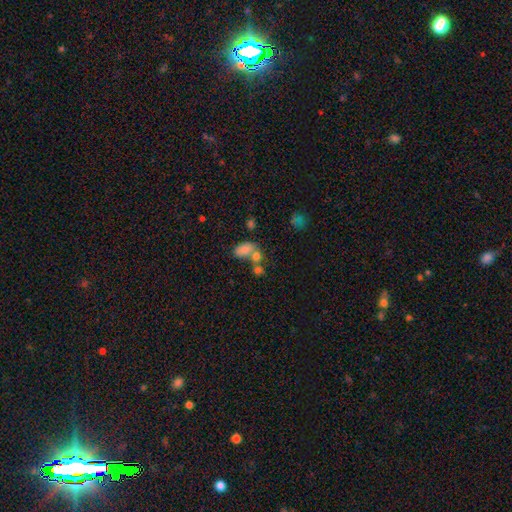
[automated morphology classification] This is likely a smooth galaxy (75%). How rounded: clearly in between (81%). Merging: possibly merger (46%).